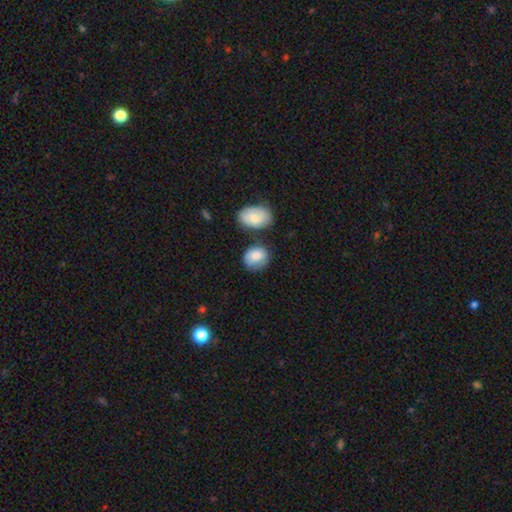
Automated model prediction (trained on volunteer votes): The model was most divided on "how rounded": round: 59%, in between: 40%, cigar-shaped: 1%. More confident: smooth or featured — smooth (78%); merging — none (55%).